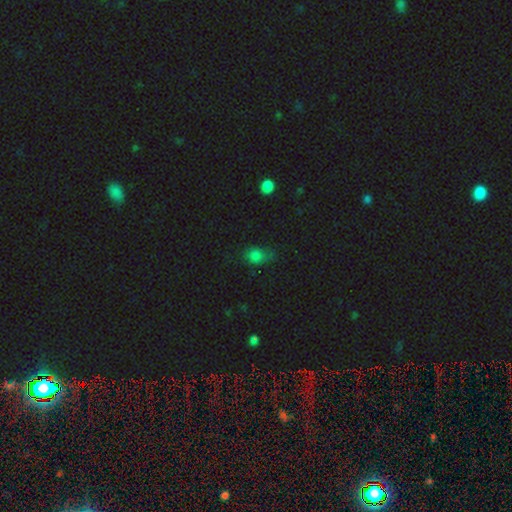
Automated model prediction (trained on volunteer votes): Smooth or featured?
  - smooth: 75% *
  - star or artifact: 16%
  - featured or disk: 9%
How rounded?
  - in between: 65% *
  - round: 32%
  - cigar-shaped: 2%
Merging?
  - none: 48% *
  - minor disturbance: 34%
  - major disturbance: 15%
  - merger: 2%